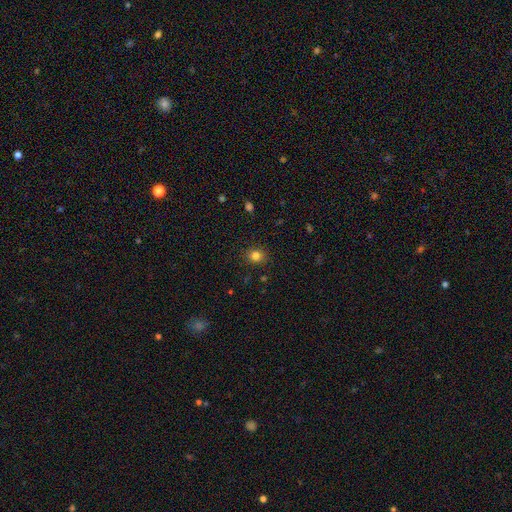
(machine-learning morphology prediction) Overall: smooth (82%). How rounded: round (69%; in between 30%). Merging: none (89%).